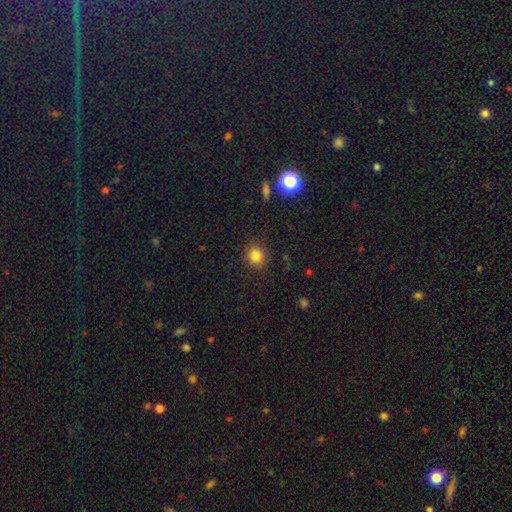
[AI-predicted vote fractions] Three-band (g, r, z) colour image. It shows a smooth galaxy with no disk features (83%) that is round (86%). Merging: none (87%).